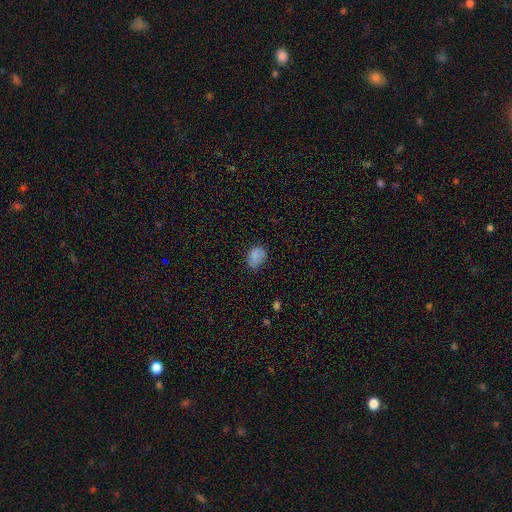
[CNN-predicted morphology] Smooth or featured: smooth — 82% (star or artifact — 12%)
How rounded: in between — 69% (round — 30%)
Merging: none — 66% (minor disturbance — 27%)